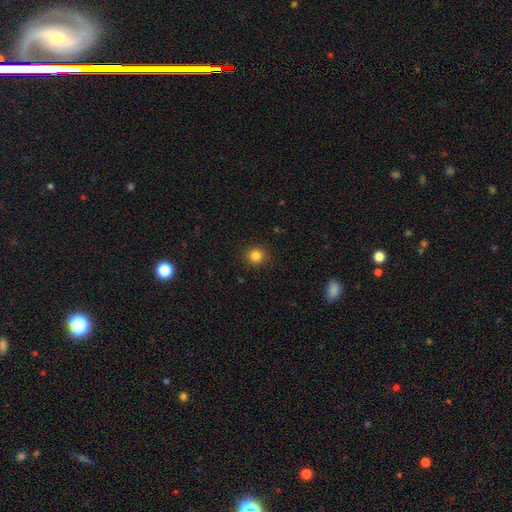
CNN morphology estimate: Smooth or featured? Predicted: smooth (p=0.83). How rounded? Predicted: round (p=0.93). Merging? Predicted: none (p=0.92).